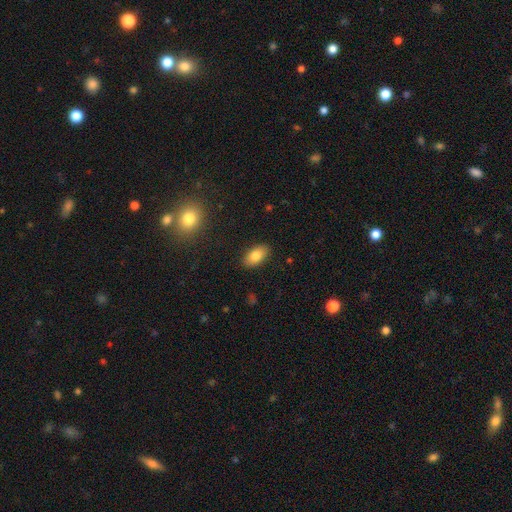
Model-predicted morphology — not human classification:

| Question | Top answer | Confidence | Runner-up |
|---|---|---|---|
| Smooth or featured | smooth | 81% | featured or disk (11%) |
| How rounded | in between | 93% | round (5%) |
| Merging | none | 88% | minor disturbance (8%) |